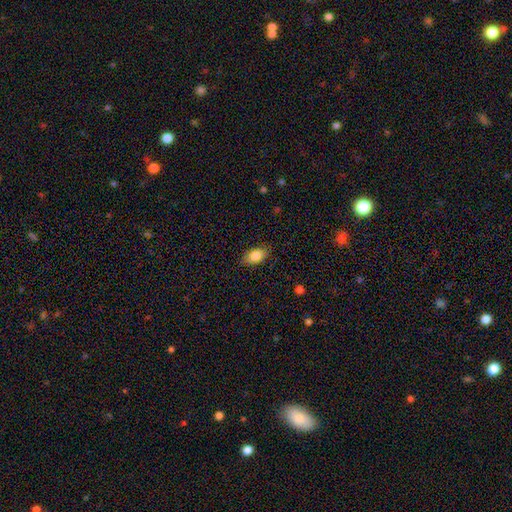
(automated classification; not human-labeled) Morphology: type=smooth (84%); roundness=in between (89%); merging=none (84%).